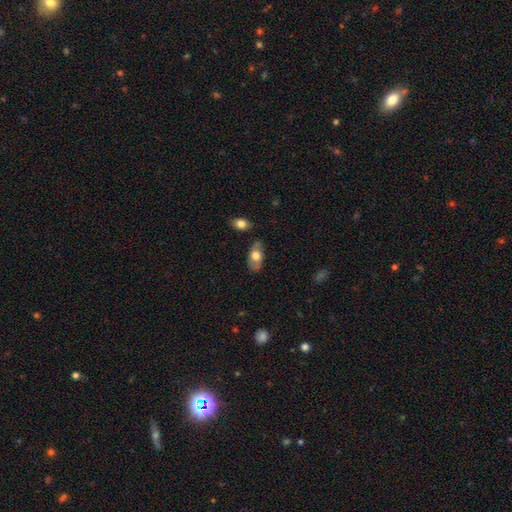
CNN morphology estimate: A smooth galaxy with no disk features (64%) that is in between round and cigar-shaped (92%). Merging: none (75%).